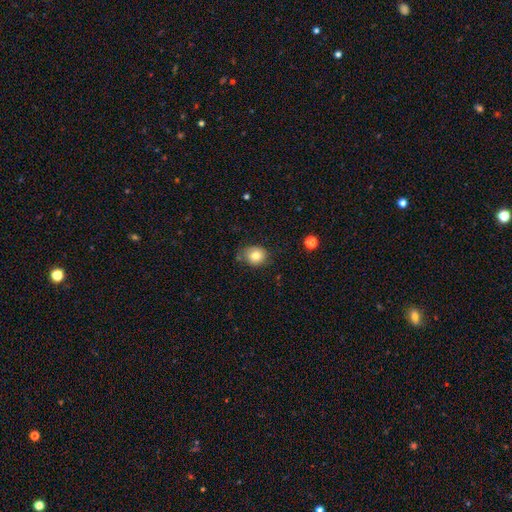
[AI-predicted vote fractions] smooth_or_featured: smooth (p=0.80) [alt: featured or disk p=0.10]
how_rounded: round (p=0.69) [alt: in between p=0.30]
merging: none (p=0.70) [alt: minor disturbance p=0.21]